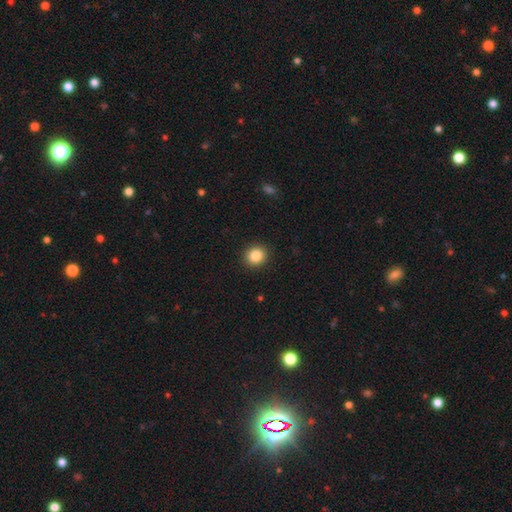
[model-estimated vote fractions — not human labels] This is clearly a smooth galaxy (85%). How rounded: clearly round (83%). Merging: clearly none (92%).